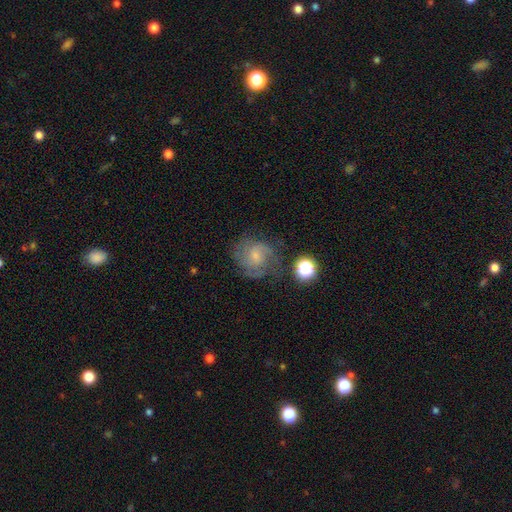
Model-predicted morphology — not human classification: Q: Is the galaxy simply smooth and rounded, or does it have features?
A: featured or disk — 57%.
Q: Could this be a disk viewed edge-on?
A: no — 98%.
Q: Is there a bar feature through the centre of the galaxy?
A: no — 64%.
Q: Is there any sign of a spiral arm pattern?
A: yes — 85%.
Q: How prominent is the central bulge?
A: small — 54%.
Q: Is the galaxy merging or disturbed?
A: none — 59%.